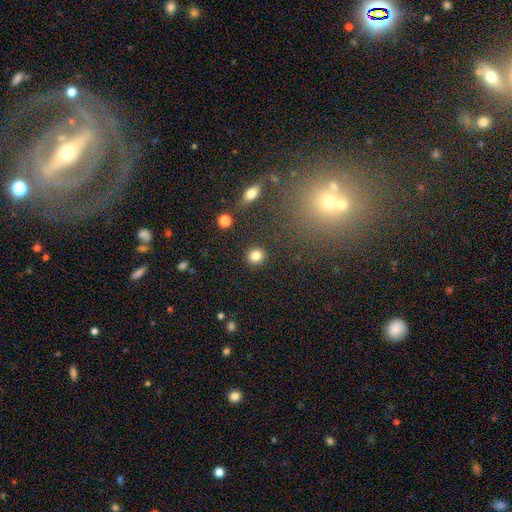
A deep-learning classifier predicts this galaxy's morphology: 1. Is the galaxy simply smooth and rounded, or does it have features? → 84% smooth, 11% star or artifact, 5% featured or disk.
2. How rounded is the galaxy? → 88% round, 11% in between, 1% cigar-shaped.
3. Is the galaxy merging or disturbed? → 91% none, 5% minor disturbance, 2% major disturbance, 2% merger.